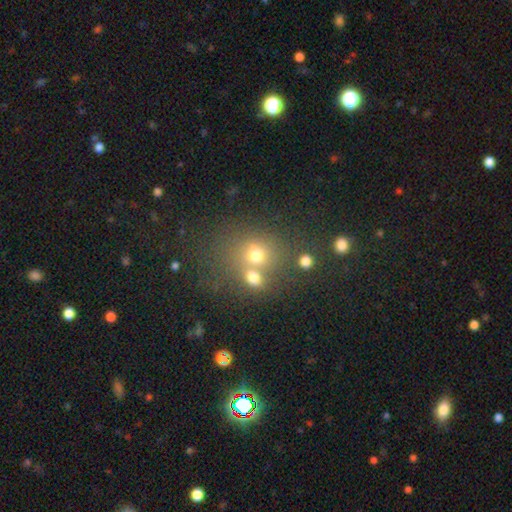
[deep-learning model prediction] This appears to be a smooth galaxy with no disk features (65%) that is round (68%). Merging: none (45%).